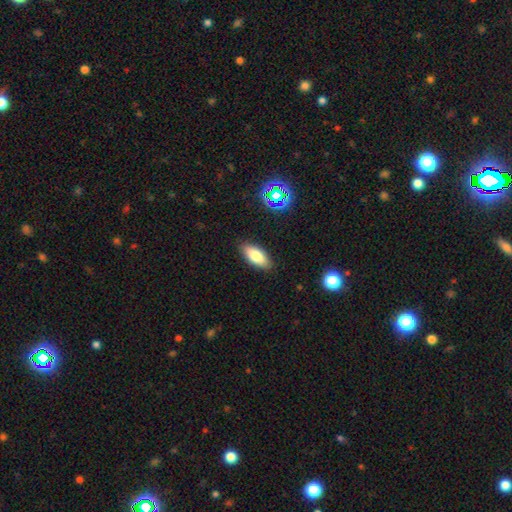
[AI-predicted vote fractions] This appears to be a smooth galaxy with no disk features (79%) that is in between round and cigar-shaped (85%). Merging: none (88%).